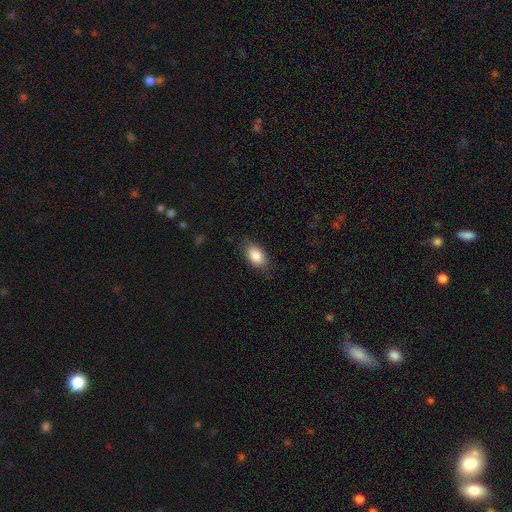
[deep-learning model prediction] Smooth or featured?
  - smooth: 86% *
  - star or artifact: 7%
  - featured or disk: 7%
How rounded?
  - in between: 90% *
  - round: 8%
  - cigar-shaped: 3%
Merging?
  - none: 81% *
  - minor disturbance: 15%
  - major disturbance: 4%
  - merger: 1%